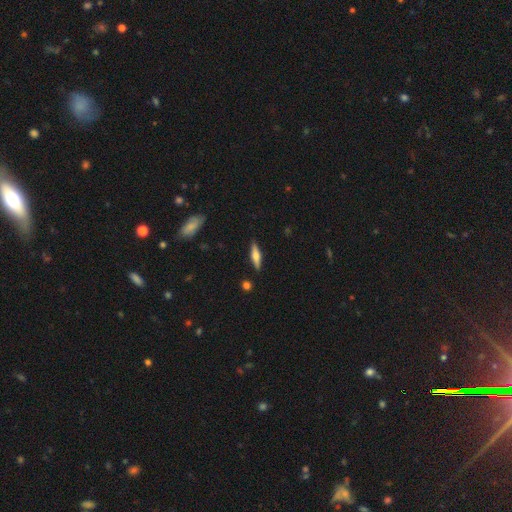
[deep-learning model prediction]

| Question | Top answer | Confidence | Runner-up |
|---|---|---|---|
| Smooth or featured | smooth | 47% | featured or disk (46%) |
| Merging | none | 88% | minor disturbance (9%) |